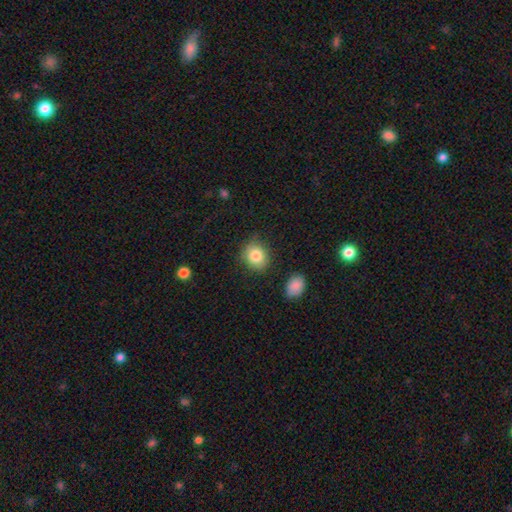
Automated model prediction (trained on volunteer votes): smooth_or_featured: smooth (p=0.83) [alt: star or artifact p=0.09]
how_rounded: round (p=0.70) [alt: in between p=0.29]
merging: none (p=0.82) [alt: minor disturbance p=0.13]